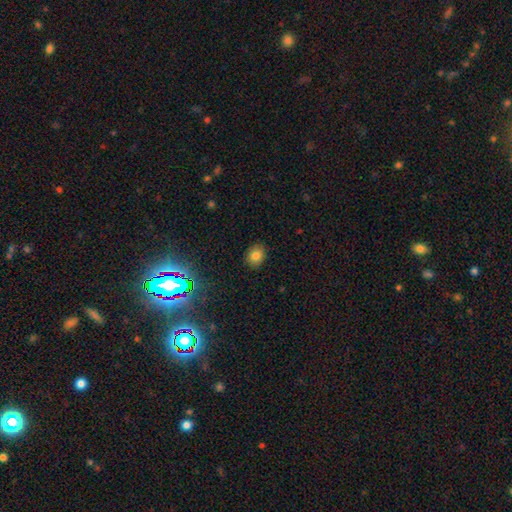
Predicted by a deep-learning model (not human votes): smooth-or-featured: smooth: 80% | star or artifact: 13% | featured or disk: 7%
  how-rounded: round: 57% | in between: 43% | cigar-shaped: 1%
  merging: none: 88% | minor disturbance: 8% | major disturbance: 2% | merger: 1%